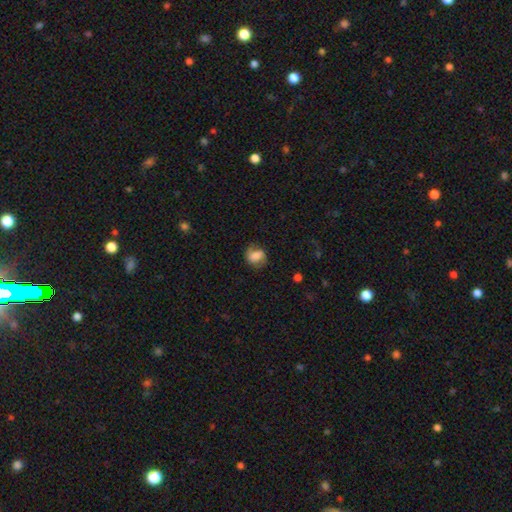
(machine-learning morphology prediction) Smooth or featured?
  - smooth: 61% *
  - featured or disk: 30%
  - star or artifact: 9%
How rounded?
  - round: 50% *
  - in between: 49%
  - cigar-shaped: 1%
Merging?
  - none: 63% *
  - minor disturbance: 24%
  - major disturbance: 11%
  - merger: 2%